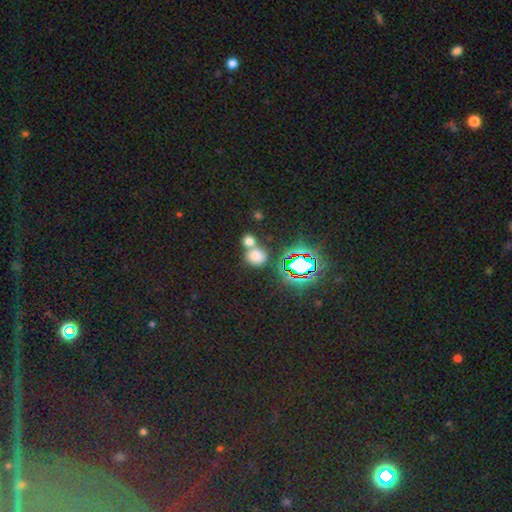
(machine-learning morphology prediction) Smooth or featured?
  - smooth: 66% *
  - star or artifact: 26%
  - featured or disk: 8%
How rounded?
  - round: 79% *
  - in between: 19%
  - cigar-shaped: 1%
Merging?
  - none: 47% *
  - merger: 43%
  - minor disturbance: 7%
  - major disturbance: 3%